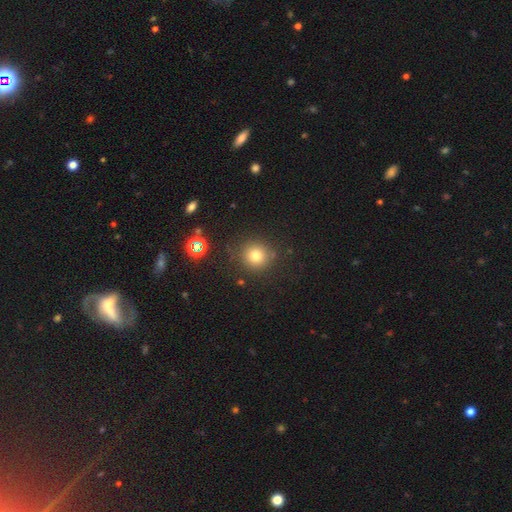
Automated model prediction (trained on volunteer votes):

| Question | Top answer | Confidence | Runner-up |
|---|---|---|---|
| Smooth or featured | smooth | 76% | star or artifact (16%) |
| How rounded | round | 92% | in between (7%) |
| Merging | none | 84% | minor disturbance (9%) |